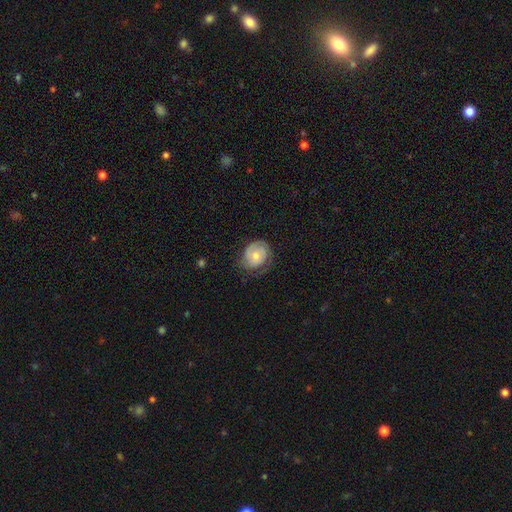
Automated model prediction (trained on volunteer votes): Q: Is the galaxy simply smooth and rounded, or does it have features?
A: featured or disk — 56%.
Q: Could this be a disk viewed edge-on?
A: no — 97%.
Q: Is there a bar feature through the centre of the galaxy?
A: no — 78%.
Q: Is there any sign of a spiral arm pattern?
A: yes — 81%.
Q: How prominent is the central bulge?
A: moderate — 54%.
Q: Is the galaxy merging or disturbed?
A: none — 58%.